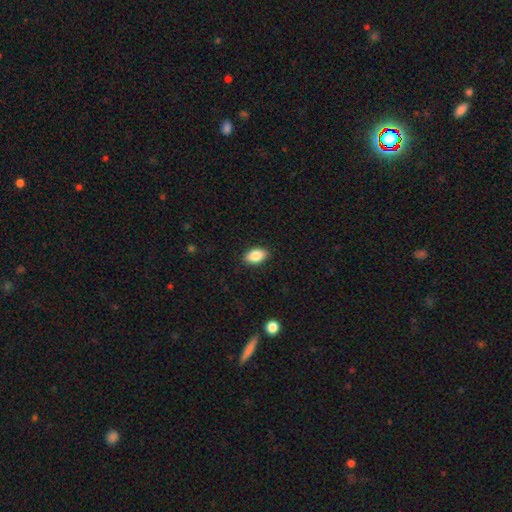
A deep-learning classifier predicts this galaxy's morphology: A smooth galaxy with no disk features (86%) that is in between round and cigar-shaped (91%). Merging: none (89%).